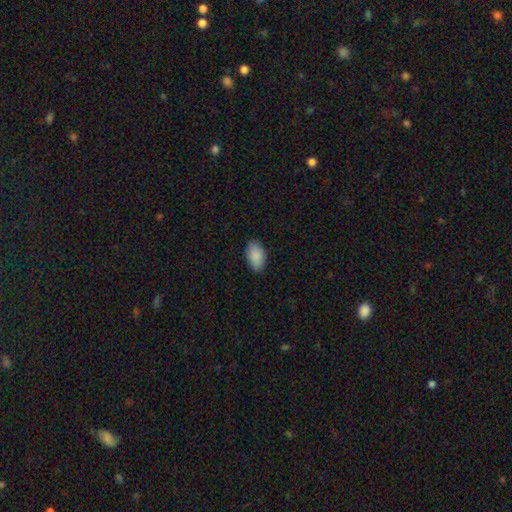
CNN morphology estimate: type=smooth (89%); roundness=in between (93%); merging=none (82%).